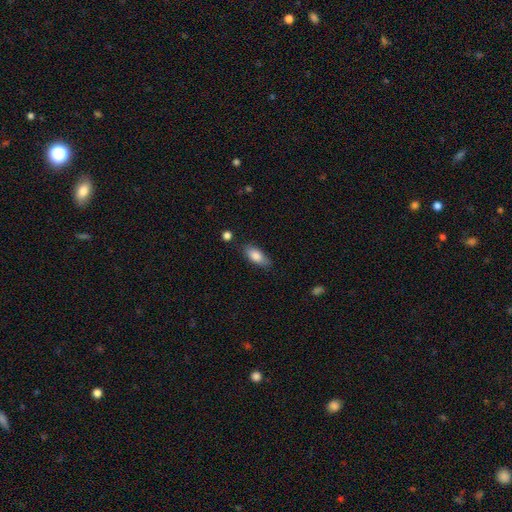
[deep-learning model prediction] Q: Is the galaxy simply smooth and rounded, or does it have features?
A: smooth — 83%.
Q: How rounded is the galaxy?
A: in between — 84%.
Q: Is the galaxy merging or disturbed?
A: none — 78%.